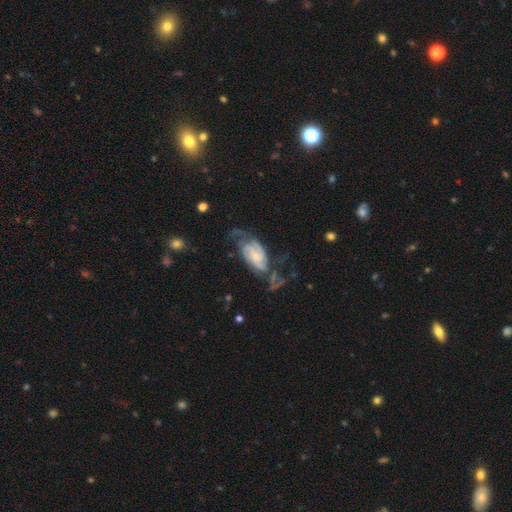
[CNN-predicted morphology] Smooth or featured? Predicted: featured or disk (p=0.80). Edge-on disk? Predicted: no (p=0.95). Bar? Predicted: no (p=0.53). Spiral arms? Predicted: yes (p=0.93). Spiral winding? Predicted: medium (p=0.42). Spiral arm count? Predicted: 2 (p=0.47). Bulge size? Predicted: small (p=0.58). Merging? Predicted: major disturbance (p=0.37).